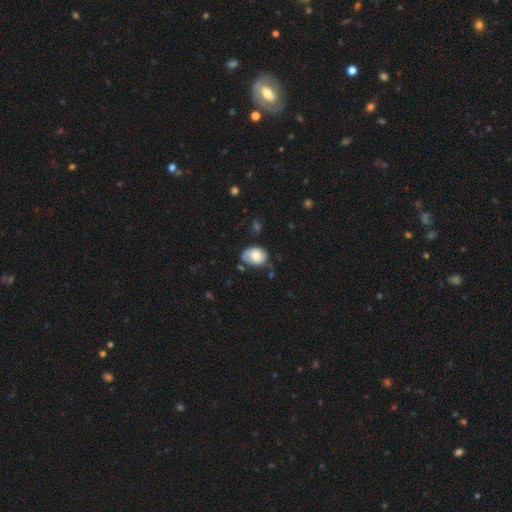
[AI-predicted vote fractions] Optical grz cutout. It shows a smooth galaxy with no disk features (69%) that is in between round and cigar-shaped (69%). Merging: none (46%).